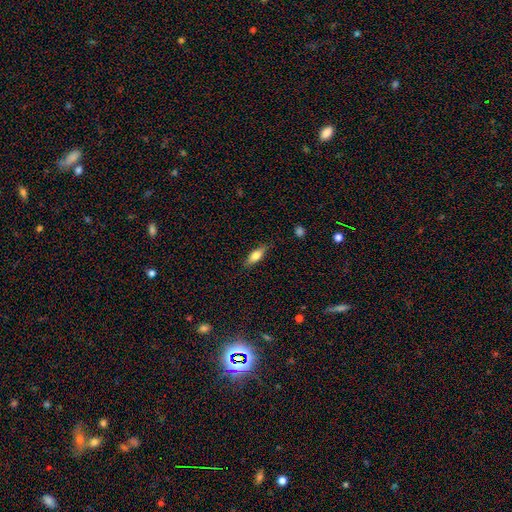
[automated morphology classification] A smooth galaxy with no disk features (70%) that is in between round and cigar-shaped (59%).

Vote fractions:
- Smooth or featured? smooth: 70% / featured or disk: 24% / star or artifact: 7%
- How rounded? in between: 59% / cigar-shaped: 38% / round: 3%
- Merging? none: 83% / minor disturbance: 13% / major disturbance: 3% / merger: 1%